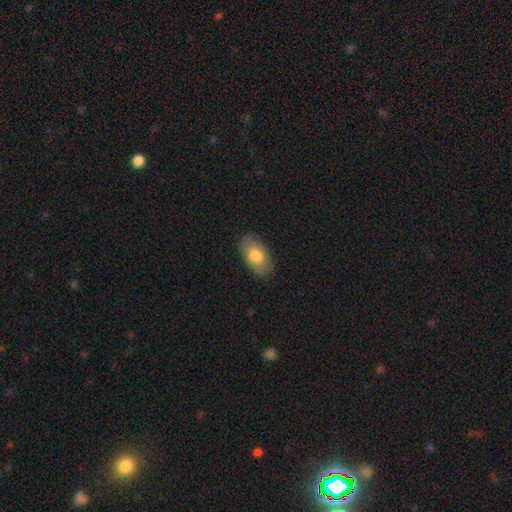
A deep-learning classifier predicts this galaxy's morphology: This appears to be a smooth galaxy with no disk features (79%) that is in between round and cigar-shaped (93%). Merging: none (84%).